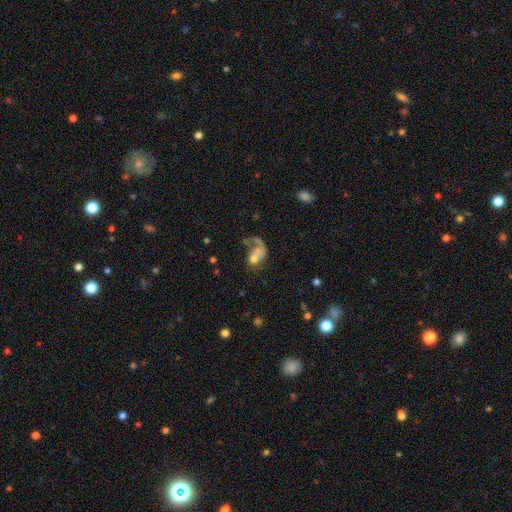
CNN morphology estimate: This appears to be a featured or disk galaxy (55%) with no bar (79%), spiral arms (64%) and a moderate central bulge (34%). Merging: major disturbance (45%).